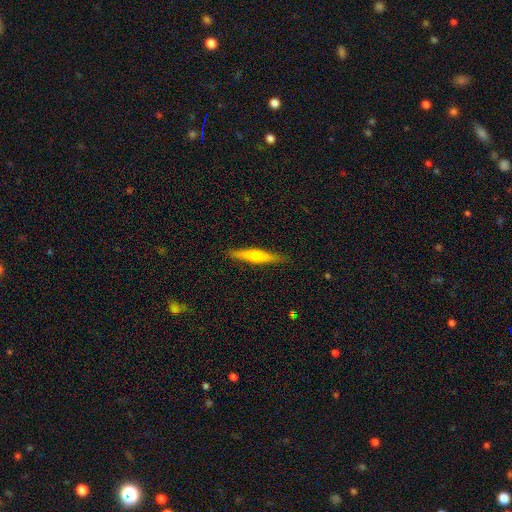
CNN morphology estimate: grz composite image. It shows a featured or disk galaxy (51%) viewed edge-on (96%). Merging: none (90%).